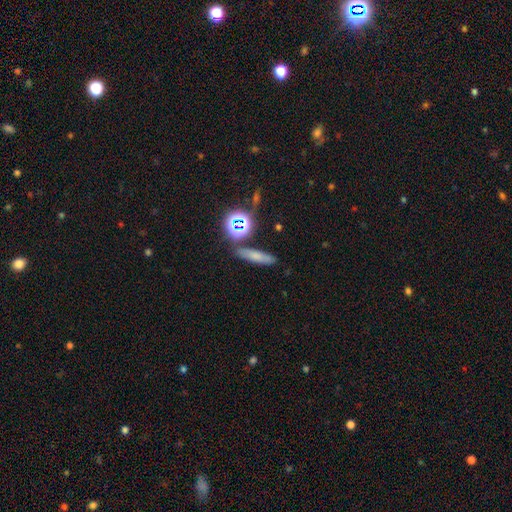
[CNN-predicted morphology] Smooth or featured: smooth — 64% (star or artifact — 20%)
How rounded: cigar-shaped — 67% (in between — 22%)
Merging: none — 81% (minor disturbance — 10%)